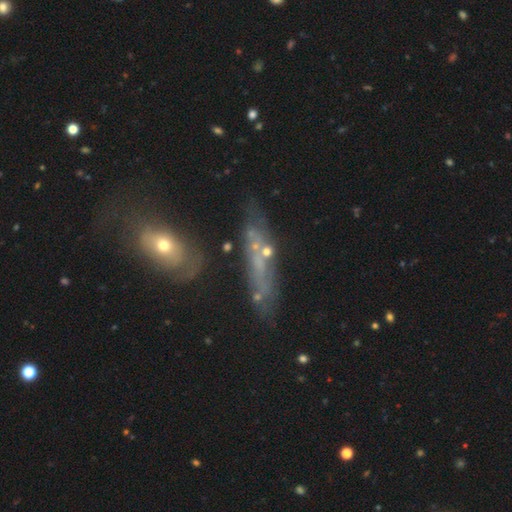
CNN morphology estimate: Smooth or featured: featured or disk — 51% (smooth — 30%)
Edge-on disk: no — 57% (yes — 43%)
Merging: none — 62% (minor disturbance — 18%)